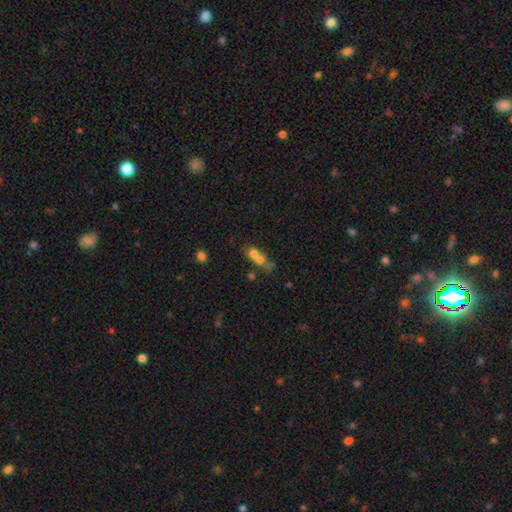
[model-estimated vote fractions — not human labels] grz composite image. It shows a smooth galaxy with no disk features (63%) that is round (53%). Merging: merger (62%).